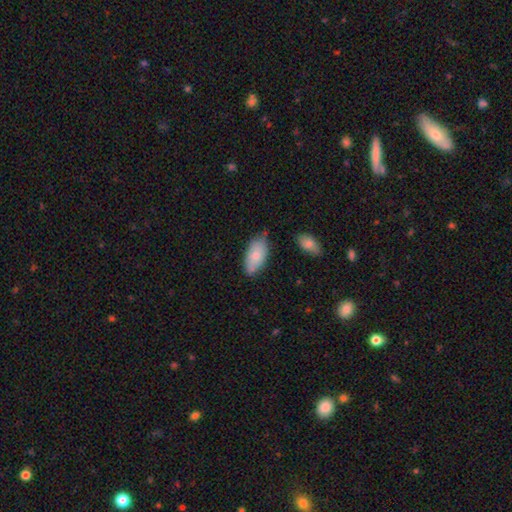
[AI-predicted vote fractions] A smooth galaxy with no disk features (81%) that is in between round and cigar-shaped (93%). Merging: none (69%).